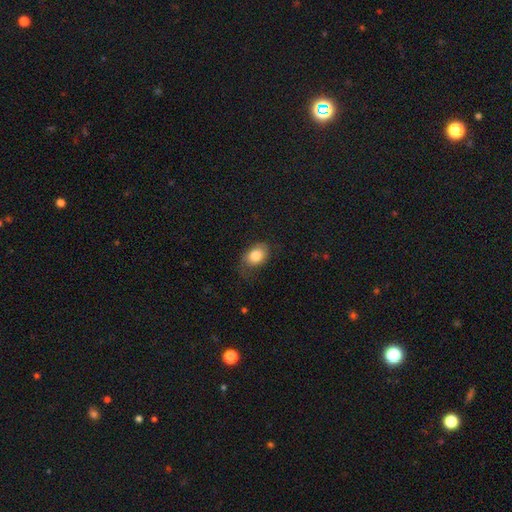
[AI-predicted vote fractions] smooth 83%, featured or disk 9%, star or artifact 8%. Down the decision tree: how rounded — in between (78%); merging — none (63%).